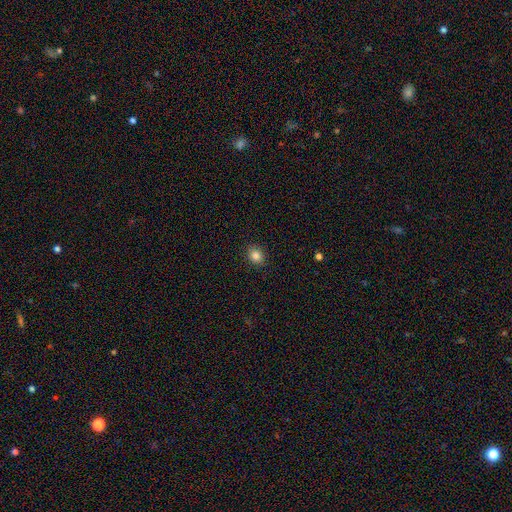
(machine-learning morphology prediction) Overall: smooth (83%). How rounded: round (61%; in between 38%). Merging: none (90%).